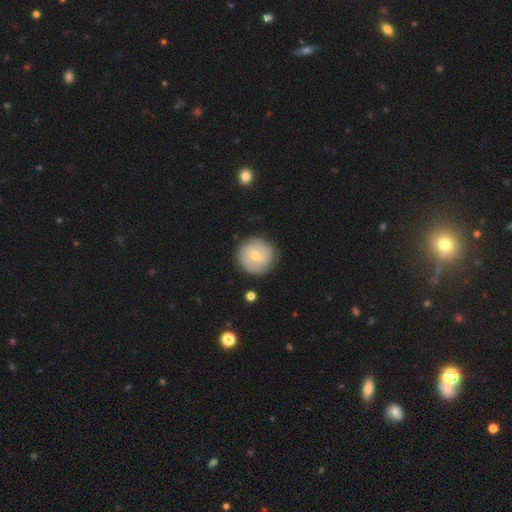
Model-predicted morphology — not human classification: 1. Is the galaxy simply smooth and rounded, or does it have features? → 47% smooth, 46% featured or disk, 7% star or artifact.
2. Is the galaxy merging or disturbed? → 82% none, 12% minor disturbance, 4% major disturbance, 2% merger.